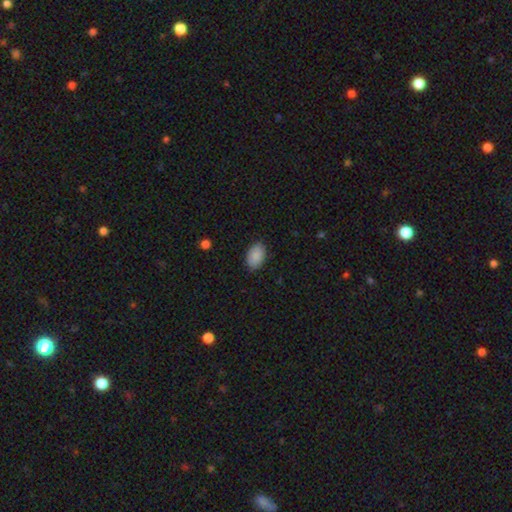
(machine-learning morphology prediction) This appears to be a smooth galaxy with no disk features (89%) that is in between round and cigar-shaped (91%). Merging: none (86%).